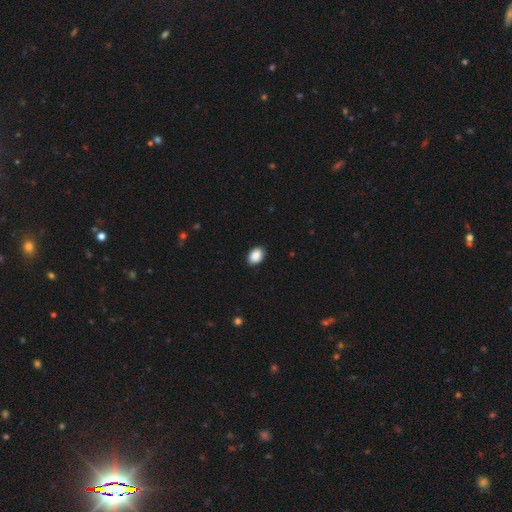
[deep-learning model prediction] Overall: smooth (89%). How rounded: in between (82%). Merging: none (89%).